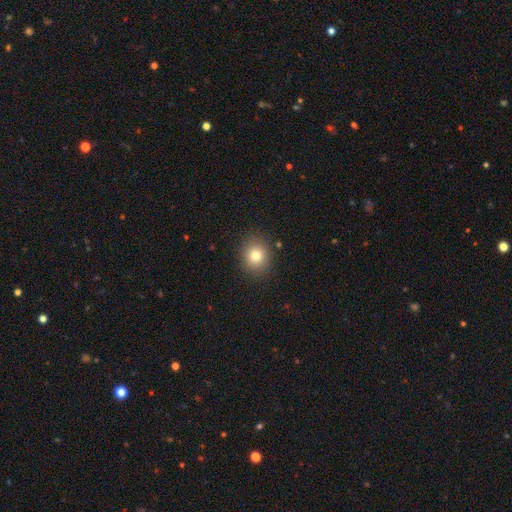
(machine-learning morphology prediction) smooth_or_featured: smooth (p=0.79) [alt: star or artifact p=0.12]
how_rounded: round (p=0.74) [alt: in between p=0.26]
merging: none (p=0.88) [alt: minor disturbance p=0.08]